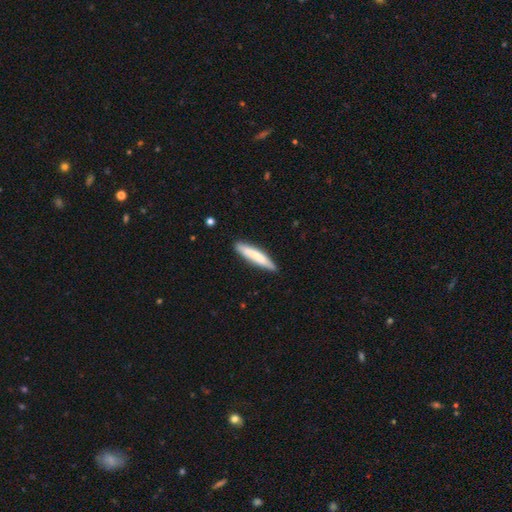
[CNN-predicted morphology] Smooth or featured? smooth (74%)
How rounded? cigar-shaped (88%)
Merging? none (83%)